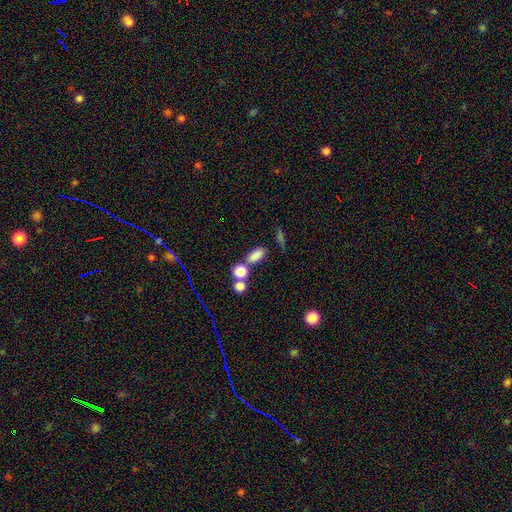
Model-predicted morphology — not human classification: A smooth galaxy with no disk features (80%) that is in between round and cigar-shaped (77%). Merging: none (56%).